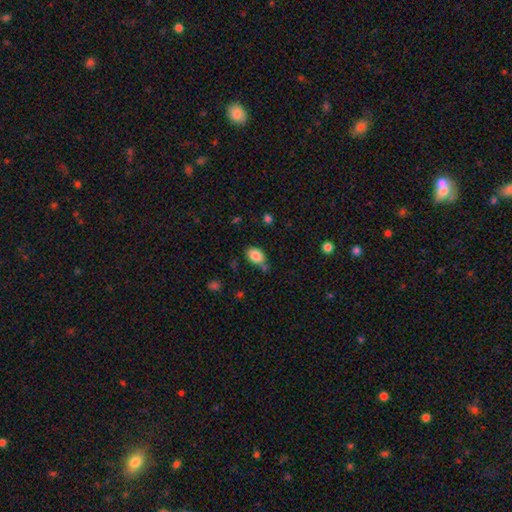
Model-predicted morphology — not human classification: Overall: smooth (85%). How rounded: in between (81%). Merging: none (65%).